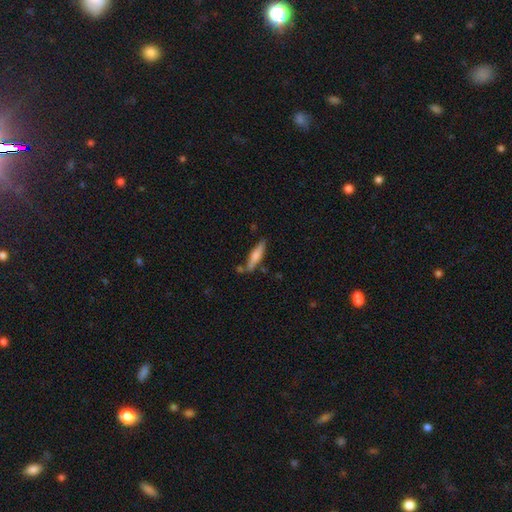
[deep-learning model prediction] A smooth galaxy with no disk features (59%) that is cigar-shaped (82%).

Vote fractions:
- Smooth or featured? smooth: 59% / featured or disk: 35% / star or artifact: 6%
- How rounded? cigar-shaped: 82% / in between: 16% / round: 2%
- Merging? none: 73% / minor disturbance: 16% / merger: 8% / major disturbance: 3%